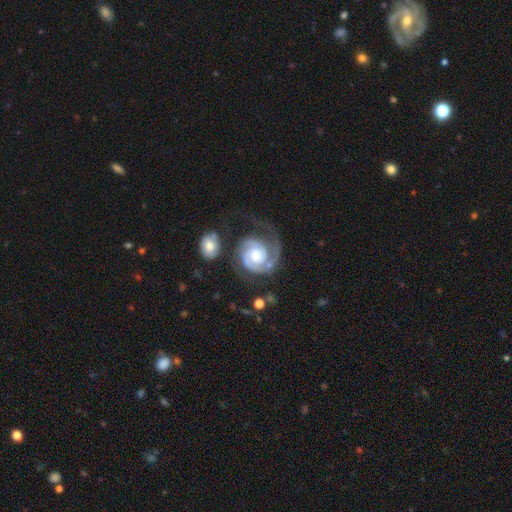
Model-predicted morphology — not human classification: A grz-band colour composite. It shows a featured or disk galaxy (88%) with no bar (69%), 2 (55%) tight (61%) spiral arms (97%) and a moderate central bulge (65%). Merging: none (48%).